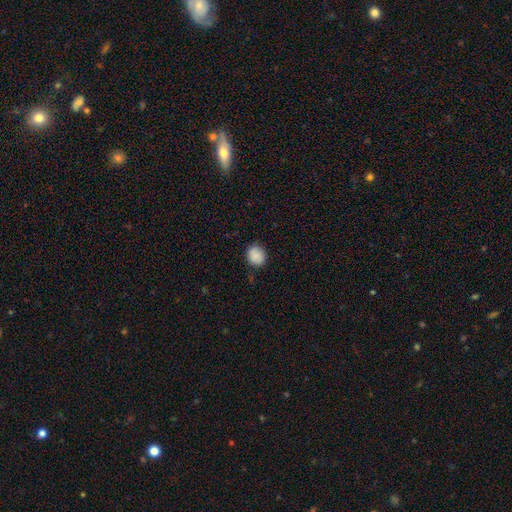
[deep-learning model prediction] Overall: smooth (88%). How rounded: round (68%; in between 31%). Merging: none (81%).